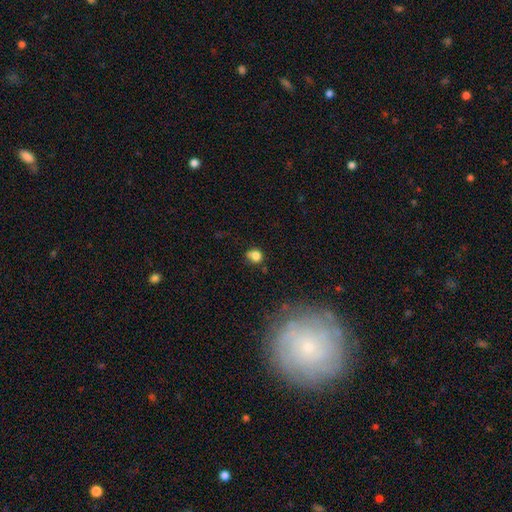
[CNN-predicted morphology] Smooth or featured: smooth — 79% (star or artifact — 13%)
How rounded: round — 76% (in between — 23%)
Merging: none — 57% (minor disturbance — 25%)